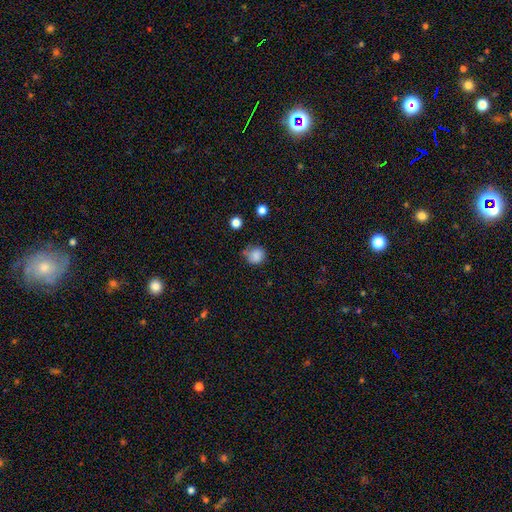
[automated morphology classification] Q: Smooth or featured?
A: smooth (84%); runner-up: star or artifact (11%)
Q: How rounded?
A: round (83%); runner-up: in between (16%)
Q: Merging?
A: none (60%); runner-up: minor disturbance (27%)